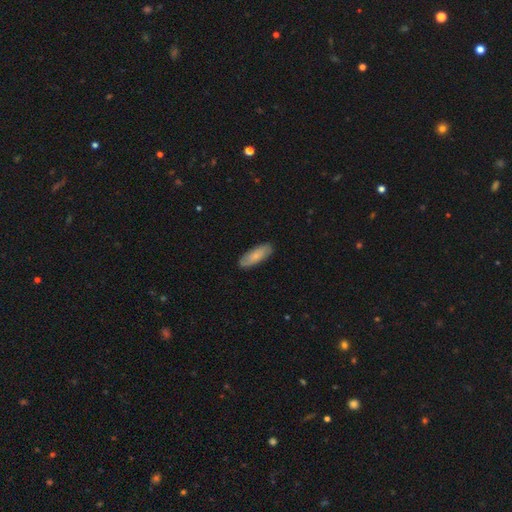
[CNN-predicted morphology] smooth_or_featured: smooth (p=0.66) [alt: featured or disk p=0.28]
how_rounded: in between (p=0.68) [alt: cigar-shaped p=0.30]
merging: none (p=0.85) [alt: minor disturbance p=0.12]